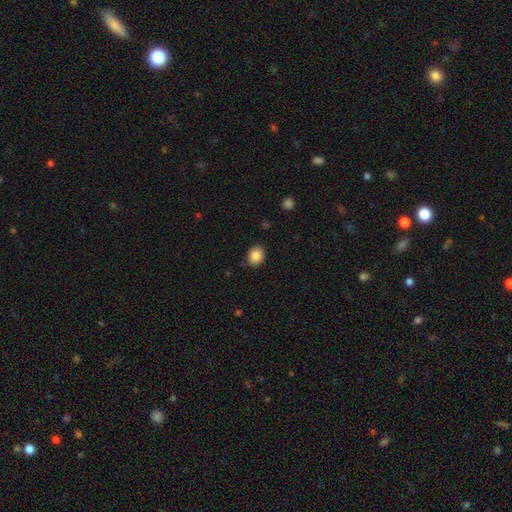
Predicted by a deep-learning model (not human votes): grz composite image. It shows a smooth galaxy with no disk features (86%) that is round (55%). Merging: none (87%).